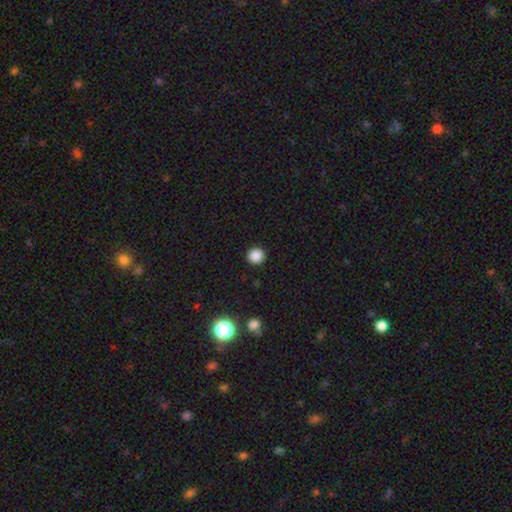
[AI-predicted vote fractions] A smooth galaxy with no disk features (87%) that is round (94%).

Vote fractions:
- Smooth or featured? smooth: 87% / star or artifact: 10% / featured or disk: 3%
- How rounded? round: 94% / in between: 5% / cigar-shaped: 1%
- Merging? none: 92% / minor disturbance: 5% / major disturbance: 2% / merger: 1%